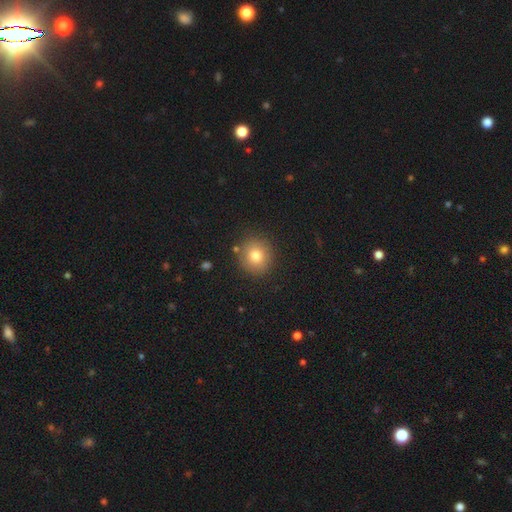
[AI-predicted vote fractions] Overall: smooth (80%). How rounded: round (87%). Merging: none (87%).